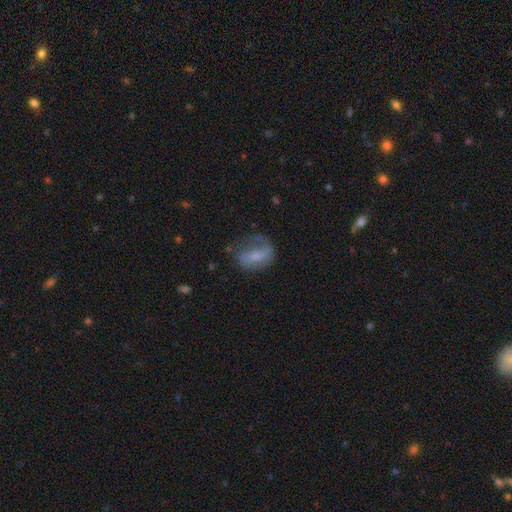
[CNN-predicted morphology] featured or disk 50%, smooth 41%, star or artifact 9%. Down the decision tree: merging — none (48%).